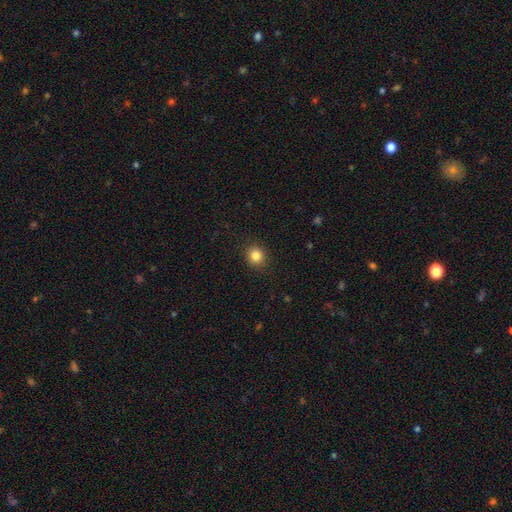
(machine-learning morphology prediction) Overall: smooth (84%). How rounded: round (86%). Merging: none (91%).